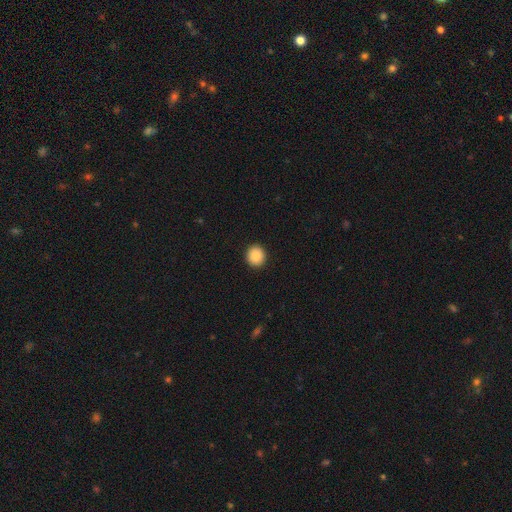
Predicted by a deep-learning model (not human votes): Smooth or featured: smooth — 89% (star or artifact — 8%)
How rounded: round — 90% (in between — 9%)
Merging: none — 93% (minor disturbance — 5%)